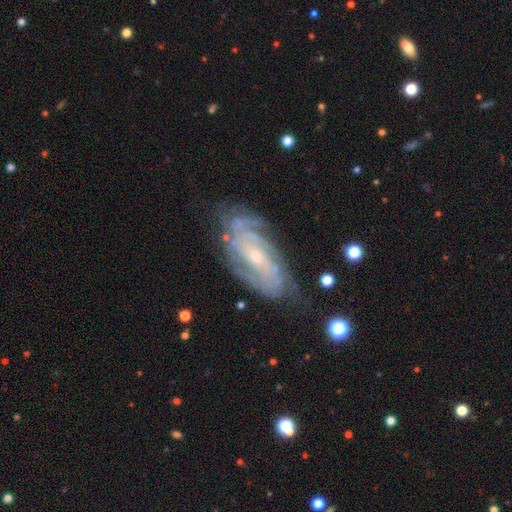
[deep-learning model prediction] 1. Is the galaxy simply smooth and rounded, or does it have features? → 87% featured or disk, 7% smooth, 6% star or artifact.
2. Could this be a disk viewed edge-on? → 94% no, 6% yes.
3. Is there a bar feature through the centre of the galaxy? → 61% no, 29% weak, 9% strong.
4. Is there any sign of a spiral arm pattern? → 96% yes, 4% no.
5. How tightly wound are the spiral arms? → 69% tight, 26% medium, 5% loose.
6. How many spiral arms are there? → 32% can't tell, 22% 2, 20% 3, 15% 4, 7% more than 4, 6% 1.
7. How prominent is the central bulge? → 69% small, 27% moderate, 2% none, 1% large, 1% dominant.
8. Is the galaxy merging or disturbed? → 71% none, 20% minor disturbance, 7% major disturbance, 2% merger.